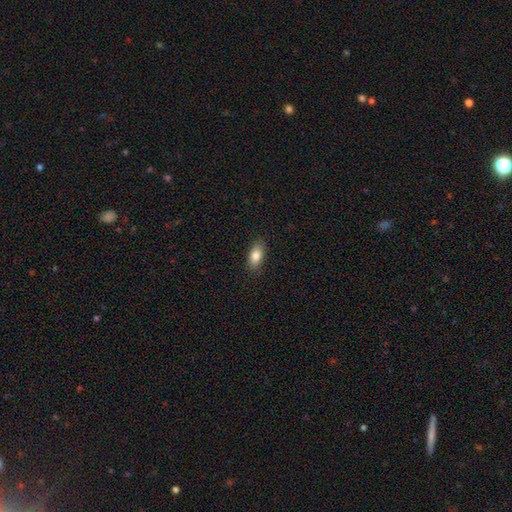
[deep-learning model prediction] Smooth or featured: smooth — 82% (featured or disk — 11%)
How rounded: in between — 88% (cigar-shaped — 8%)
Merging: none — 86% (minor disturbance — 10%)